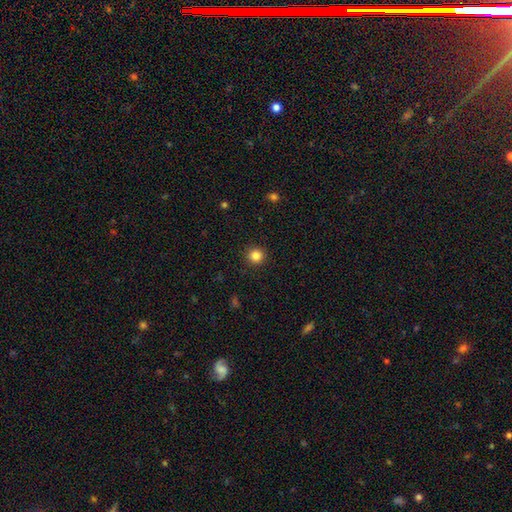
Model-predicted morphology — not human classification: A smooth galaxy with no disk features (84%) that is round (95%). Merging: none (92%).